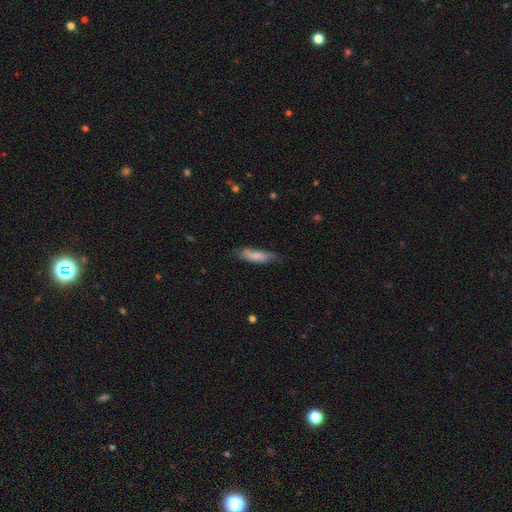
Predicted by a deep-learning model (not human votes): Overall: smooth (77%). How rounded: cigar-shaped (55%; in between 43%). Merging: none (62%; minor disturbance 29%).